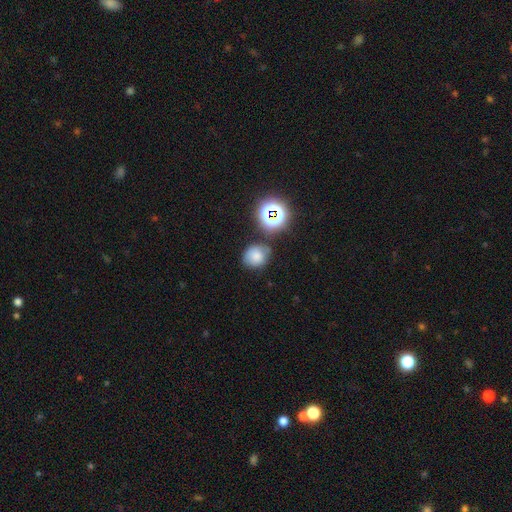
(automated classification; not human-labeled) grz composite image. It shows a smooth galaxy with no disk features (73%) that is round (75%). Merging: none (69%).